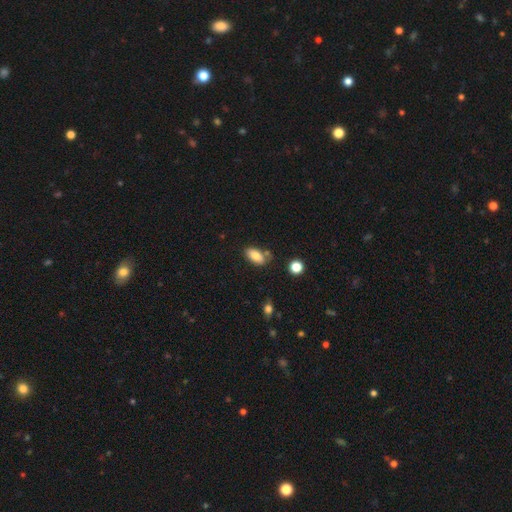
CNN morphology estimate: This appears to be a smooth galaxy with no disk features (82%) that is in between round and cigar-shaped (90%). Merging: none (71%).